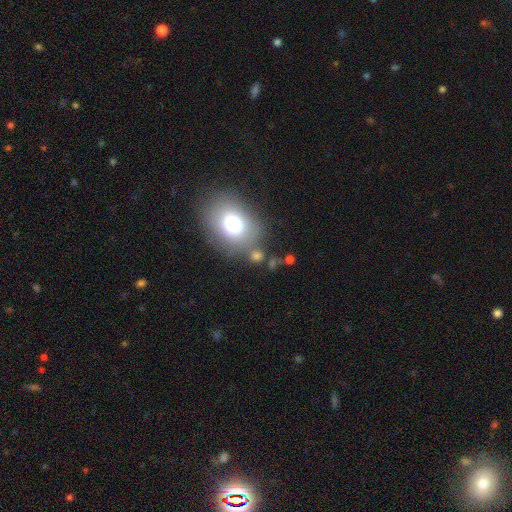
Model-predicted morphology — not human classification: Overall: smooth (73%). How rounded: in between (60%; round 39%). Merging: none (74%).